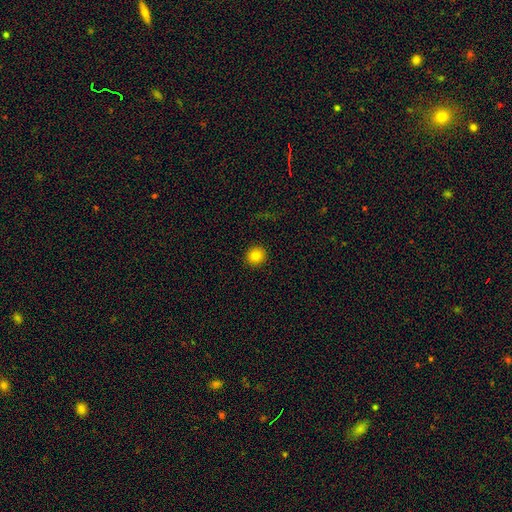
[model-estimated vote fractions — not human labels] smooth 82%, star or artifact 11%, featured or disk 6%. Down the decision tree: how rounded — round (92%); merging — none (92%).